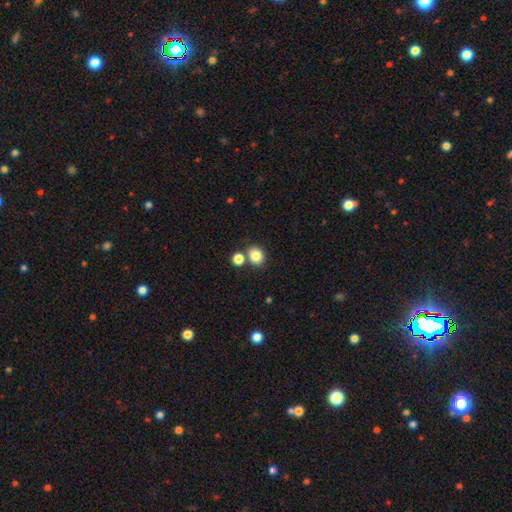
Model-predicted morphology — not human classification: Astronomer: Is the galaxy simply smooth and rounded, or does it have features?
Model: smooth — 84%.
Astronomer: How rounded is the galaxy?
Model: round — 65%.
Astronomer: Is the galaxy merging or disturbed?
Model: none — 68%.